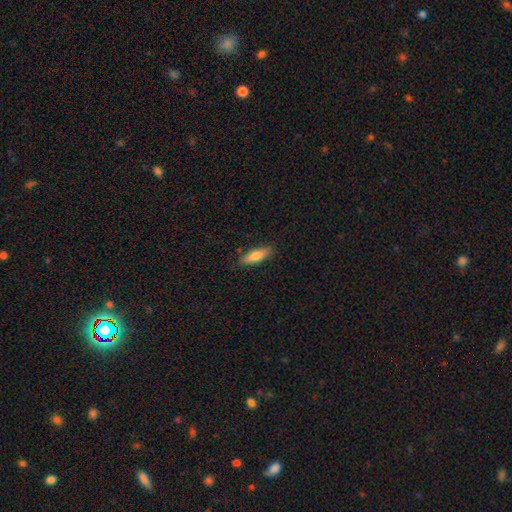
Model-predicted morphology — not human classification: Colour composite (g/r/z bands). It shows a smooth galaxy with no disk features (76%) that is cigar-shaped (54%). Merging: none (84%).